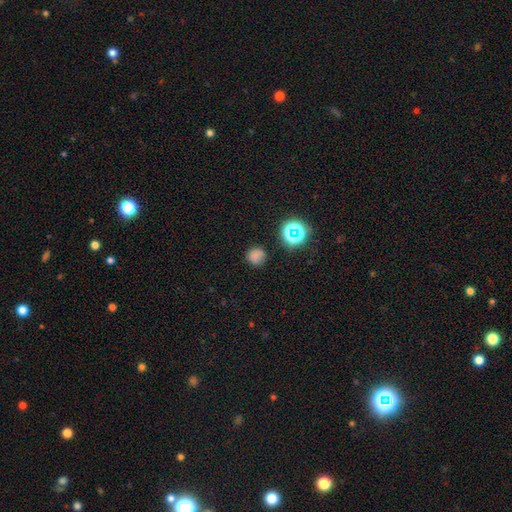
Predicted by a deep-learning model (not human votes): Smooth or featured?
  - smooth: 73% *
  - star or artifact: 21%
  - featured or disk: 6%
How rounded?
  - round: 91% *
  - in between: 8%
  - cigar-shaped: 1%
Merging?
  - none: 83% *
  - minor disturbance: 11%
  - major disturbance: 4%
  - merger: 2%